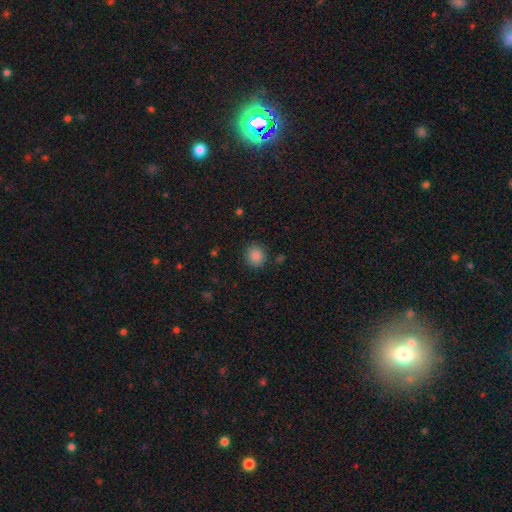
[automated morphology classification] This is clearly a smooth galaxy (87%). How rounded: clearly round (84%). Merging: clearly none (87%).